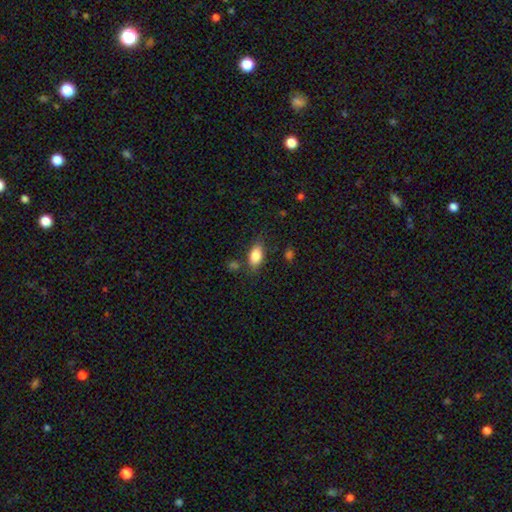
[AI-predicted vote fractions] Smooth or featured? smooth (84%)
How rounded? in between (88%)
Merging? none (75%)